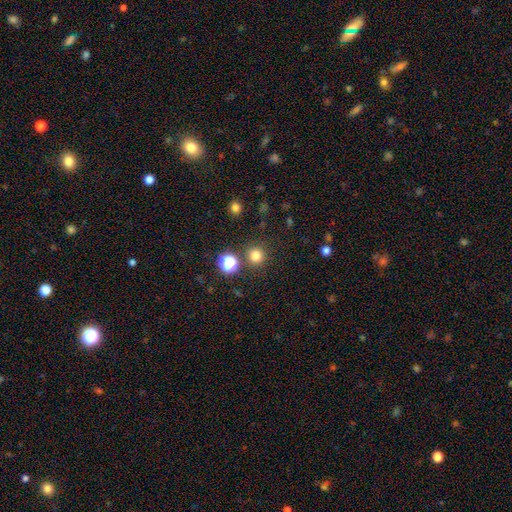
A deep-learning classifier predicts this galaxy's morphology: This is likely a smooth galaxy (77%). How rounded: clearly round (95%). Merging: clearly none (85%).